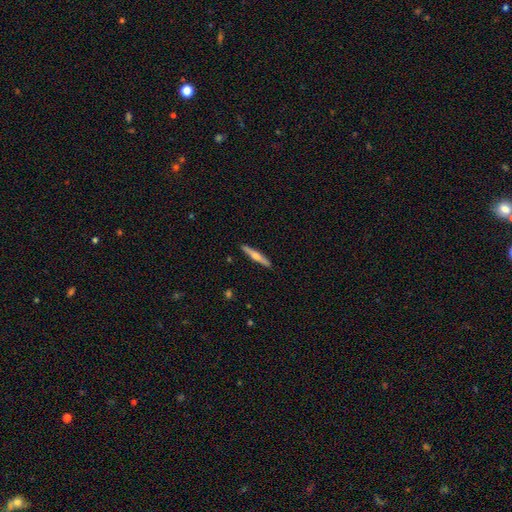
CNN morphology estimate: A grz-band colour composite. It shows a featured or disk galaxy (53%) viewed edge-on (97%) with a rounded central bulge (85%). Merging: none (91%).